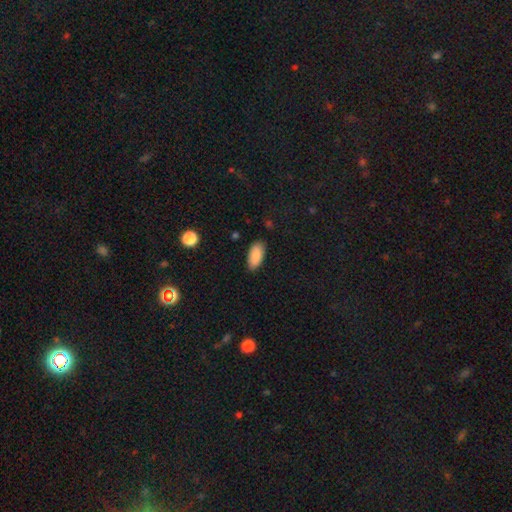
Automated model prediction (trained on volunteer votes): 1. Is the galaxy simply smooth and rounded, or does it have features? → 87% smooth, 7% star or artifact, 6% featured or disk.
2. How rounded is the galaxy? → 92% in between, 6% cigar-shaped, 2% round.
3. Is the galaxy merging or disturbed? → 85% none, 11% minor disturbance, 2% major disturbance, 1% merger.